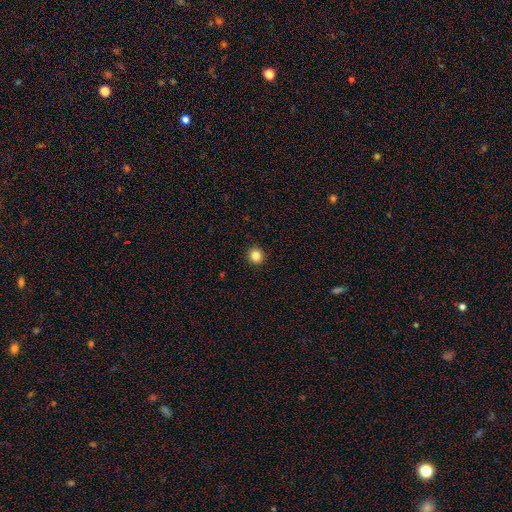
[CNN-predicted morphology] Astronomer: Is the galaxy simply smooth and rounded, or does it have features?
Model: smooth — 84%.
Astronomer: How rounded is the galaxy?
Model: round — 90%.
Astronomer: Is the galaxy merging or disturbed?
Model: none — 93%.